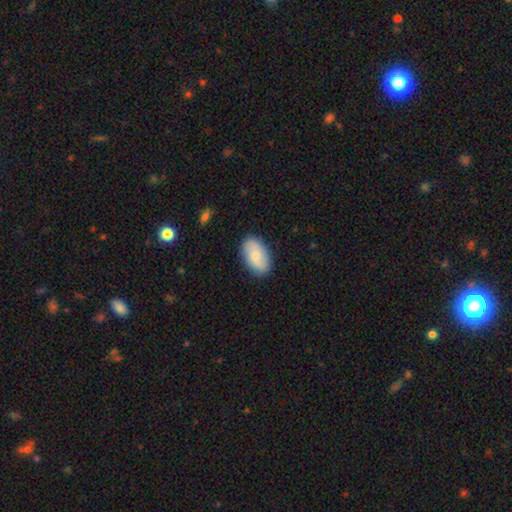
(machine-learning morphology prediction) smooth 69%, featured or disk 25%, star or artifact 6%. Down the decision tree: how rounded — in between (92%); merging — none (85%).